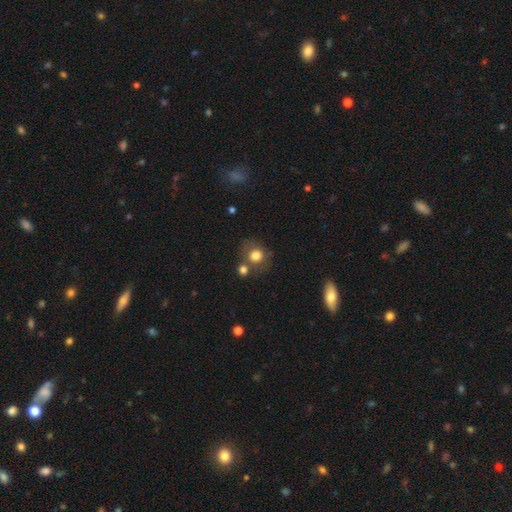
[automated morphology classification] Overall: smooth (79%). How rounded: round (78%). Merging: none (62%).